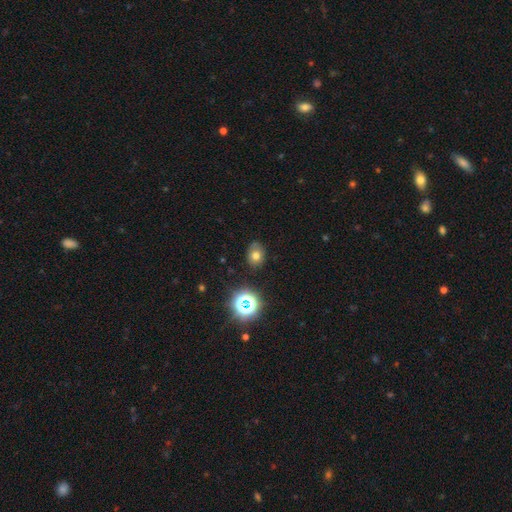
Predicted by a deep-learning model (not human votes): smooth 69%, star or artifact 19%, featured or disk 12%. Down the decision tree: how rounded — in between (51%); merging — none (75%).